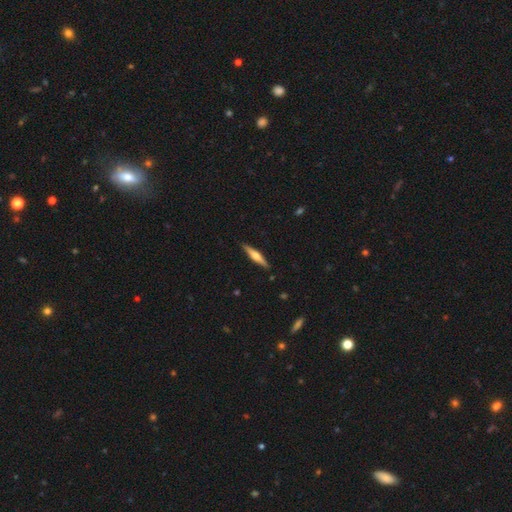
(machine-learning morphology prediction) type=featured or disk (62%); edge-on=yes (97%); edge-on bulge=rounded (88%); merging=none (90%).